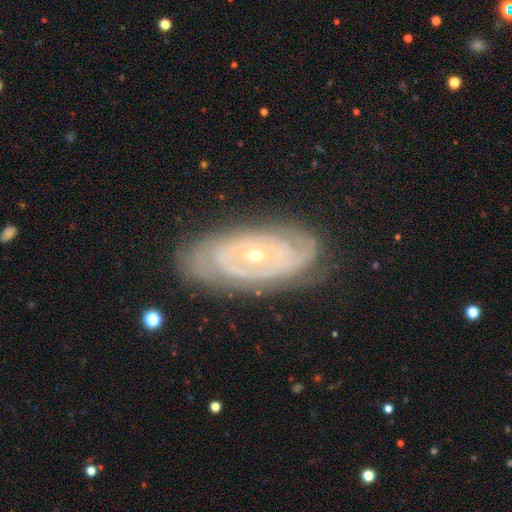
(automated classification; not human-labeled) smooth_or_featured: featured or disk (p=0.81) [alt: smooth p=0.13]
disk_edge_on: no (p=0.91) [alt: yes p=0.09]
bar: no (p=0.84) [alt: weak p=0.12]
has_spiral_arms: yes (p=0.72) [alt: no p=0.28]
spiral_winding: tight (p=0.77) [alt: medium p=0.17]
spiral_arm_count: can't tell (p=0.49) [alt: 2 p=0.26]
bulge_size: small (p=0.63) [alt: moderate p=0.34]
merging: none (p=0.78) [alt: minor disturbance p=0.15]